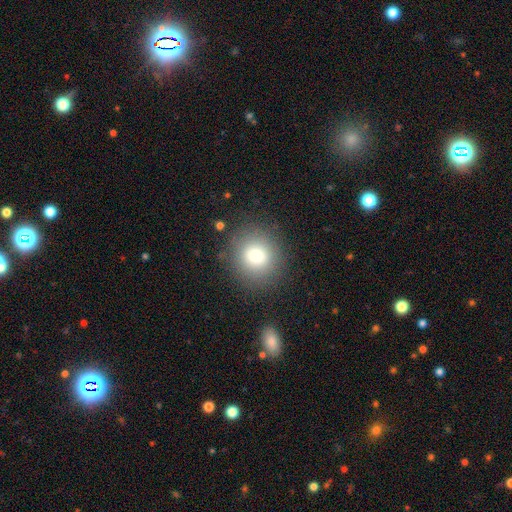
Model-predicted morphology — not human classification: smooth_or_featured: smooth (p=0.80) [alt: star or artifact p=0.11]
how_rounded: round (p=0.86) [alt: in between p=0.13]
merging: none (p=0.86) [alt: minor disturbance p=0.08]